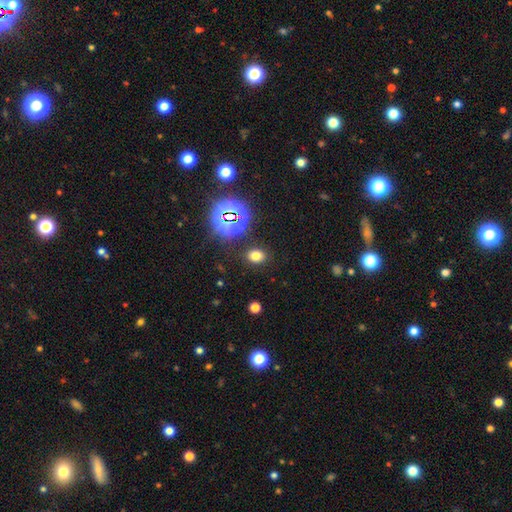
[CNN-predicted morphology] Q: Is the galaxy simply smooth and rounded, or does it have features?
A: smooth — 71%.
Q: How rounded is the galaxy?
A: in between — 57%.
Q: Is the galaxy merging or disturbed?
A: none — 86%.